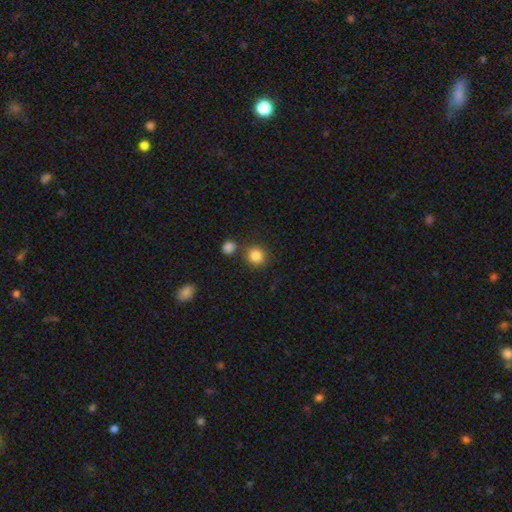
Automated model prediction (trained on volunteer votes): Smooth or featured? smooth (85%)
How rounded? round (88%)
Merging? none (79%)